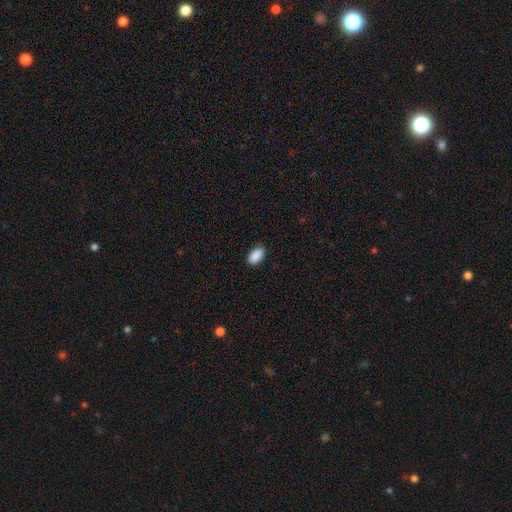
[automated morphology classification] smooth-or-featured: smooth: 91% | star or artifact: 7% | featured or disk: 2%
  how-rounded: in between: 94% | round: 4% | cigar-shaped: 2%
  merging: none: 88% | minor disturbance: 10% | major disturbance: 2% | merger: 1%